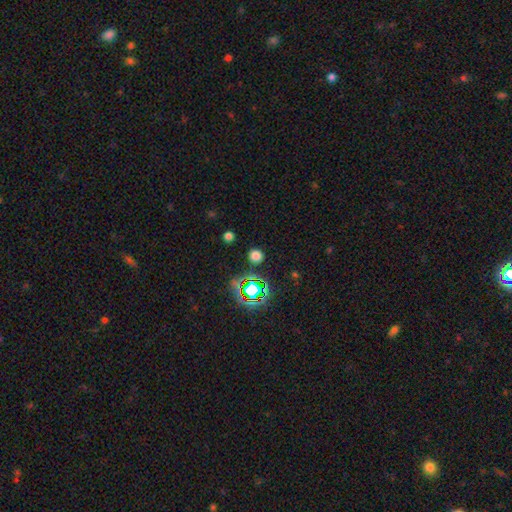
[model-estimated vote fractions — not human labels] smooth-or-featured: smooth: 69% | star or artifact: 26% | featured or disk: 5%
  how-rounded: round: 89% | in between: 10% | cigar-shaped: 1%
  merging: none: 87% | minor disturbance: 7% | major disturbance: 3% | merger: 3%